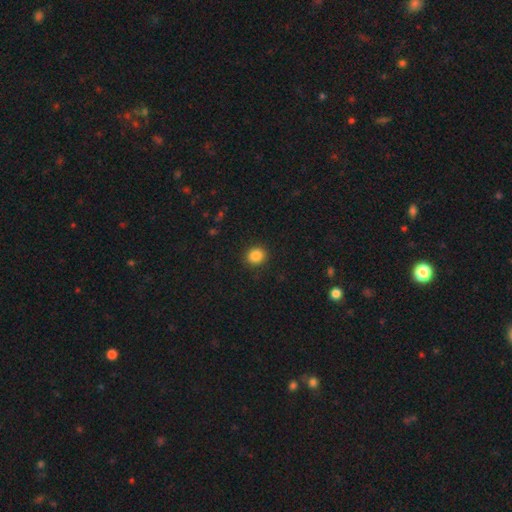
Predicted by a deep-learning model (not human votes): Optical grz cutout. It shows a smooth galaxy with no disk features (87%) that is round (83%). Merging: none (91%).